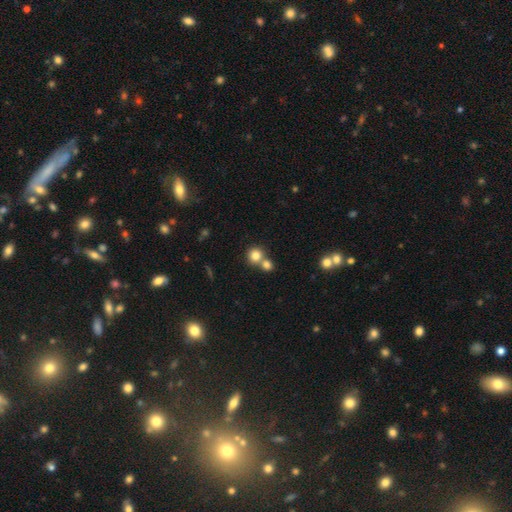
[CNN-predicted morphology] smooth 80%, star or artifact 12%, featured or disk 9%. Down the decision tree: how rounded — round (89%); merging — none (51%).